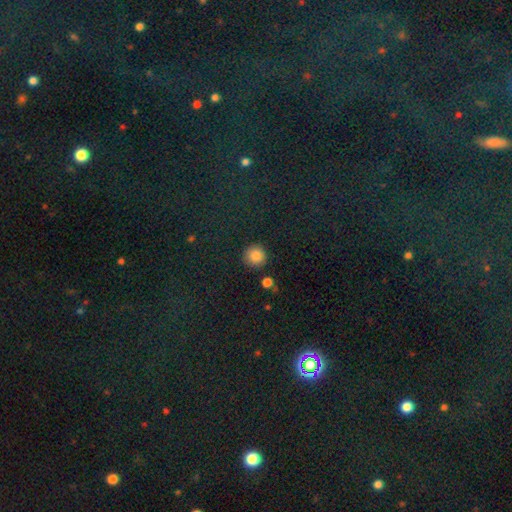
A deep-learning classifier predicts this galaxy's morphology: Smooth or featured? Predicted: smooth (p=0.86). How rounded? Predicted: round (p=0.95). Merging? Predicted: none (p=0.89).